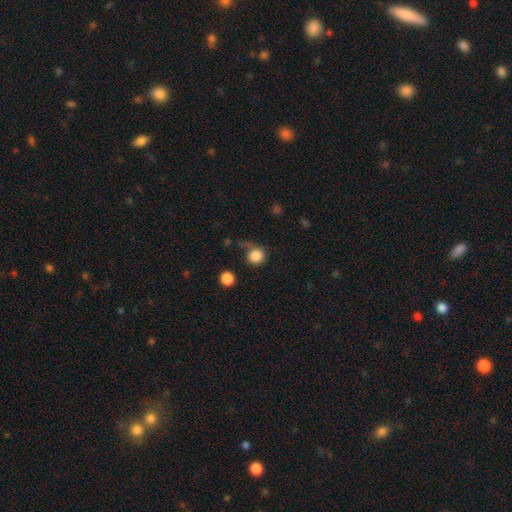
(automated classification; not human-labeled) Smooth or featured? Predicted: smooth (p=0.85). How rounded? Predicted: round (p=0.91). Merging? Predicted: none (p=0.60).